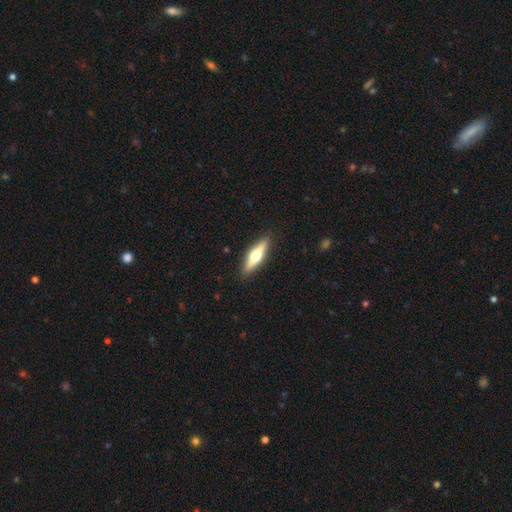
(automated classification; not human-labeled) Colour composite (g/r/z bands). It shows a featured or disk galaxy (55%) viewed edge-on (94%) with a rounded central bulge (95%). Merging: none (90%).